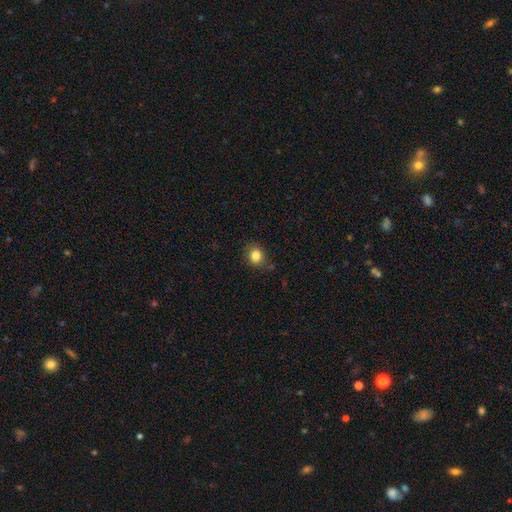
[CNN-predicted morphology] Smooth or featured?
  - smooth: 84% *
  - star or artifact: 11%
  - featured or disk: 6%
How rounded?
  - round: 70% *
  - in between: 29%
  - cigar-shaped: 1%
Merging?
  - none: 79% *
  - minor disturbance: 15%
  - major disturbance: 4%
  - merger: 2%